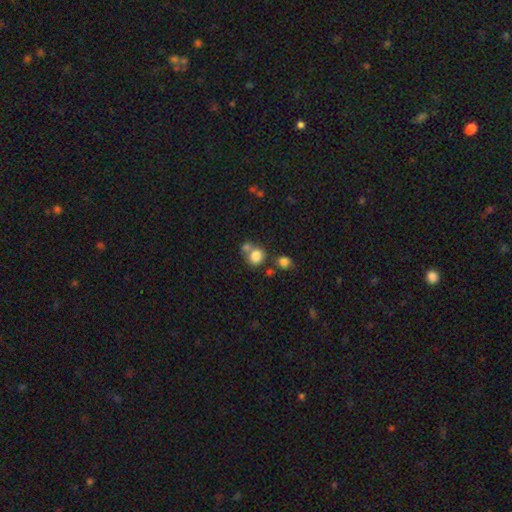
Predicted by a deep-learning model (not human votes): smooth_or_featured: smooth (p=0.81) [alt: star or artifact p=0.11]
how_rounded: round (p=0.81) [alt: in between p=0.18]
merging: none (p=0.54) [alt: merger p=0.31]